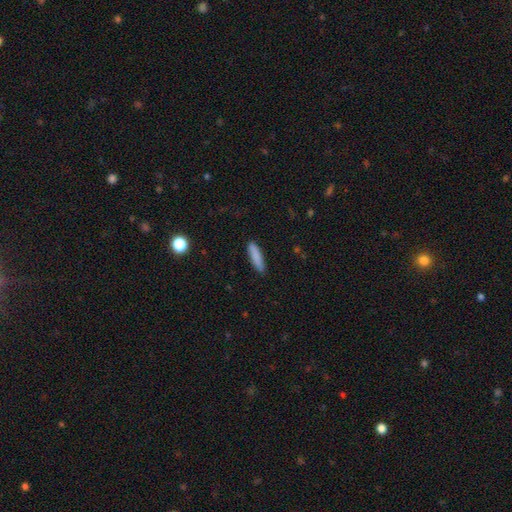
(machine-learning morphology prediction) Smooth or featured? smooth (86%)
How rounded? cigar-shaped (78%)
Merging? none (87%)